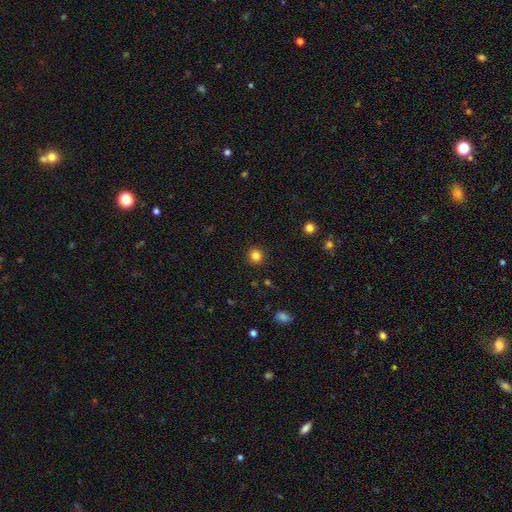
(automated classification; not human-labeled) The model was most divided on "smooth or featured": smooth: 83%, star or artifact: 13%, featured or disk: 5%. More confident: how rounded — round (92%); merging — none (92%).